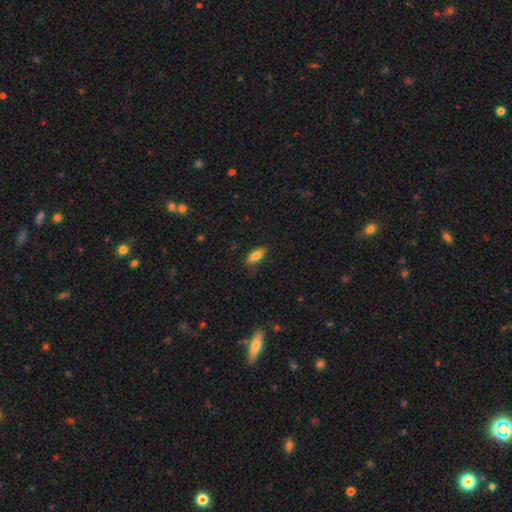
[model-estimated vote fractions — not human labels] Smooth or featured? smooth (80%)
How rounded? in between (75%)
Merging? none (80%)